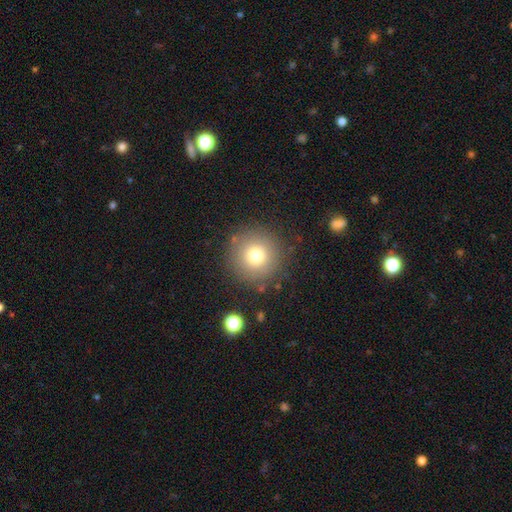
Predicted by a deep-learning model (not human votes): Smooth or featured? smooth (75%)
How rounded? round (96%)
Merging? none (87%)